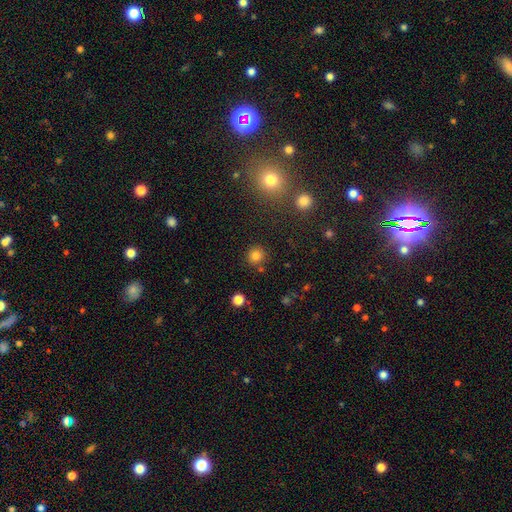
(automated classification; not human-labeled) This appears to be a smooth galaxy with no disk features (80%) that is round (92%). Merging: none (86%).